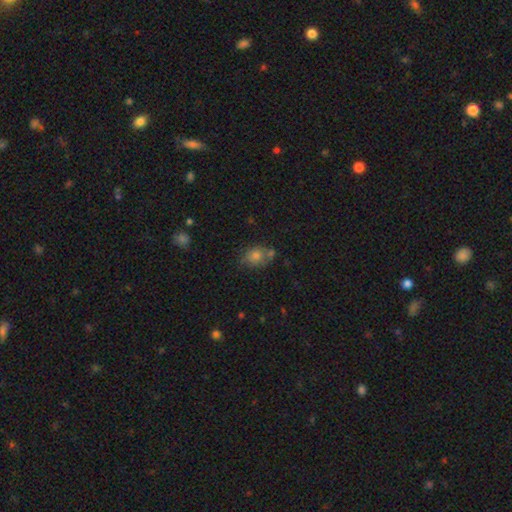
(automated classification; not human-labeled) Overall: smooth (72%). How rounded: in between (51%; round 48%). Merging: none (54%; minor disturbance 21%).